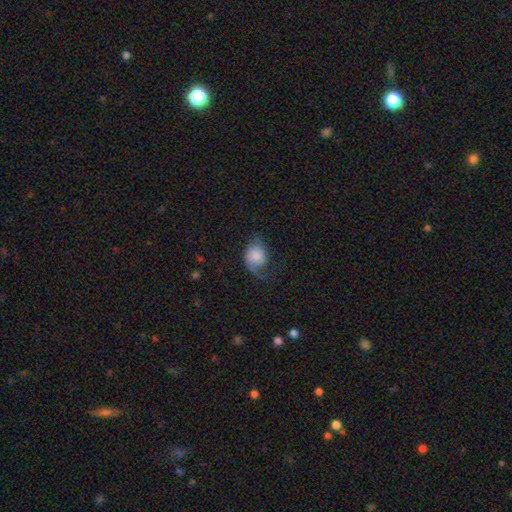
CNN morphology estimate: The model was most divided on "merging": none: 42%, minor disturbance: 29%, major disturbance: 28%, merger: 2%. More confident: how rounded — in between (56%); smooth or featured — smooth (53%).